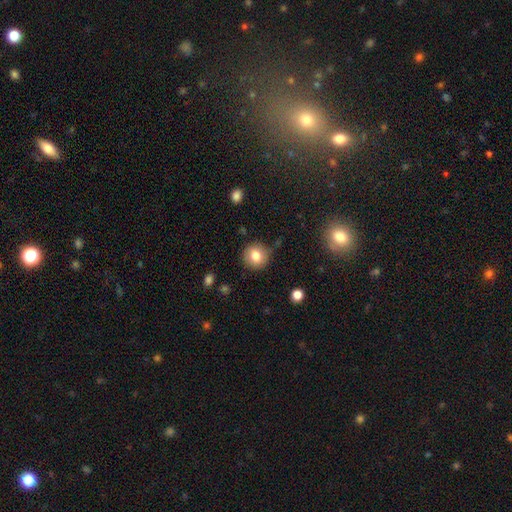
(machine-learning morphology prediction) smooth_or_featured: smooth (p=0.80) [alt: featured or disk p=0.10]
how_rounded: round (p=0.90) [alt: in between p=0.09]
merging: none (p=0.82) [alt: minor disturbance p=0.12]